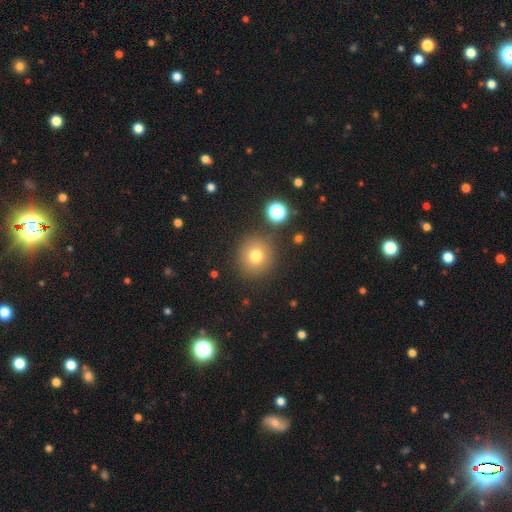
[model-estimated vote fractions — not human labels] Smooth or featured? smooth (75%)
How rounded? round (90%)
Merging? none (85%)